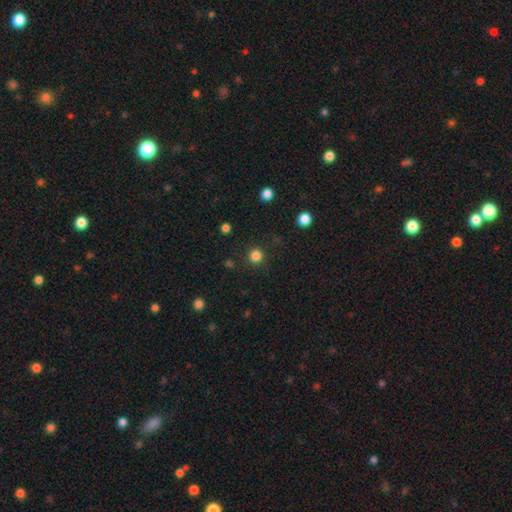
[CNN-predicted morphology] Smooth or featured?
  - smooth: 83% *
  - star or artifact: 14%
  - featured or disk: 4%
How rounded?
  - round: 95% *
  - in between: 4%
  - cigar-shaped: 1%
Merging?
  - none: 90% *
  - minor disturbance: 6%
  - major disturbance: 3%
  - merger: 1%